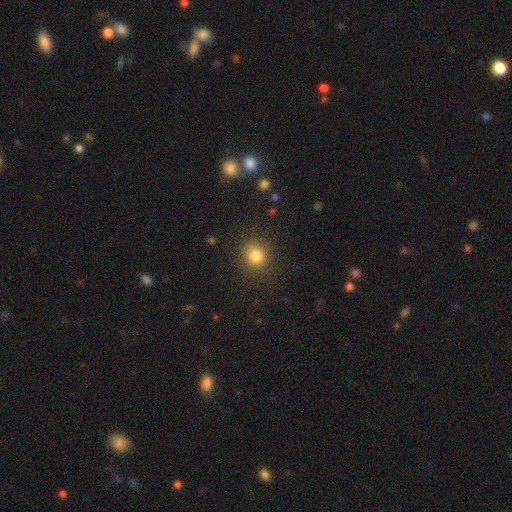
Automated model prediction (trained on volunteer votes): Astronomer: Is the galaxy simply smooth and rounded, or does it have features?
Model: smooth — 82%.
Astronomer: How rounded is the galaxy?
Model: round — 85%.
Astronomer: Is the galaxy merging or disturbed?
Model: none — 83%.